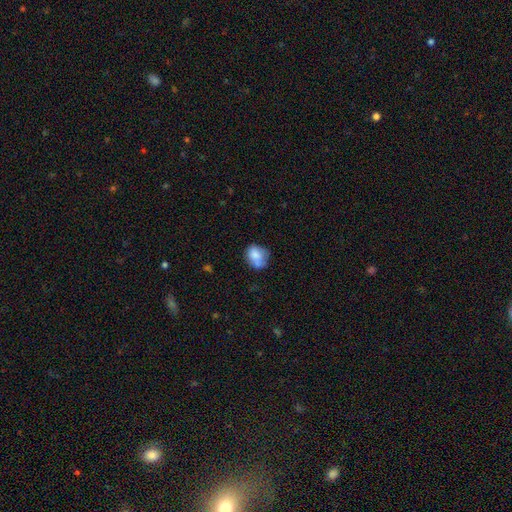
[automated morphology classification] Smooth or featured?
  - smooth: 73% *
  - featured or disk: 18%
  - star or artifact: 9%
How rounded?
  - round: 56% *
  - in between: 43%
  - cigar-shaped: 1%
Merging?
  - none: 44% *
  - minor disturbance: 28%
  - merger: 16%
  - major disturbance: 12%